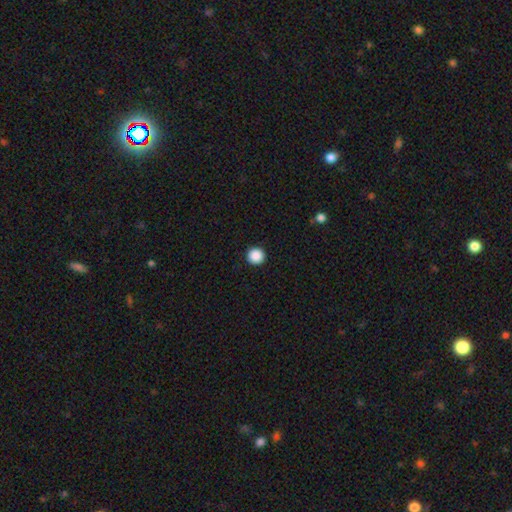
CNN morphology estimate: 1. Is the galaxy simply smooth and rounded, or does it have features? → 89% smooth, 9% star or artifact, 2% featured or disk.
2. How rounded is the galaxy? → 96% round, 3% in between, 1% cigar-shaped.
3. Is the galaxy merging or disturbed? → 94% none, 4% minor disturbance, 1% major disturbance, 1% merger.